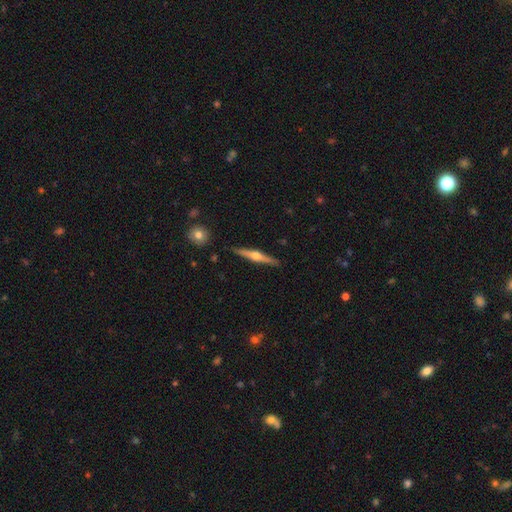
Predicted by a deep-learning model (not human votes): Q: Smooth or featured?
A: featured or disk (75%); runner-up: smooth (19%)
Q: Edge-on disk?
A: yes (98%); runner-up: no (2%)
Q: Edge-on bulge?
A: rounded (94%); runner-up: boxy (4%)
Q: Merging?
A: none (90%); runner-up: minor disturbance (7%)